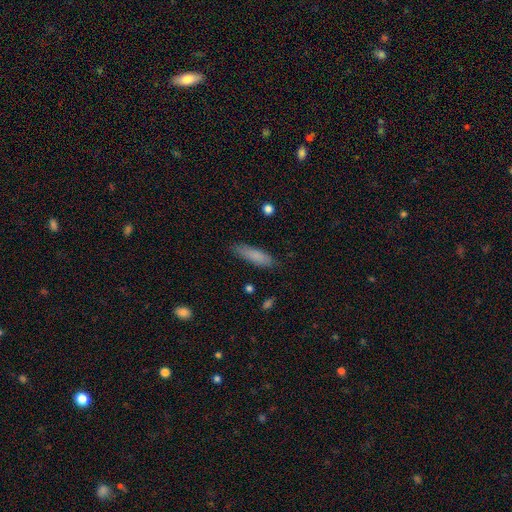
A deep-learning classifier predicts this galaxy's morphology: Smooth or featured?
  - smooth: 83% *
  - featured or disk: 10%
  - star or artifact: 6%
How rounded?
  - cigar-shaped: 64% *
  - in between: 34%
  - round: 2%
Merging?
  - none: 81% *
  - minor disturbance: 15%
  - major disturbance: 3%
  - merger: 1%